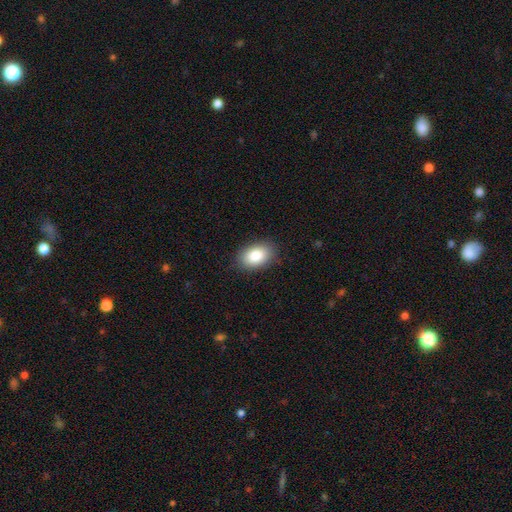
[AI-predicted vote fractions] This is clearly a smooth galaxy (85%). How rounded: clearly in between (88%). Merging: clearly none (86%).